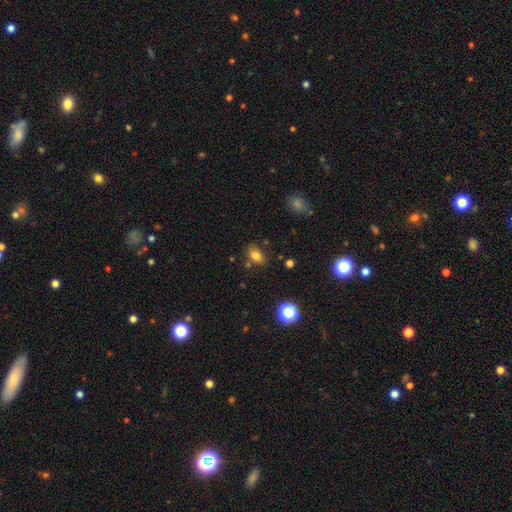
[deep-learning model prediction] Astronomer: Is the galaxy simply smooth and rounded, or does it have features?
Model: smooth — 79%.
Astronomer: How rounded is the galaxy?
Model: in between — 80%.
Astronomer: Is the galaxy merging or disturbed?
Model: none — 77%.